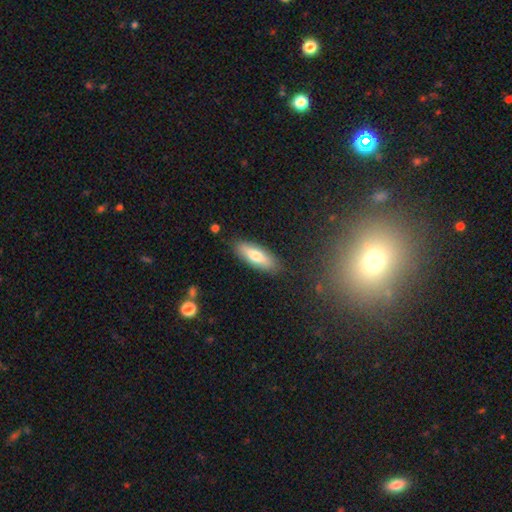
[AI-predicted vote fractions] This appears to be a smooth galaxy with no disk features (69%) that is in between round and cigar-shaped (58%). Merging: none (86%).